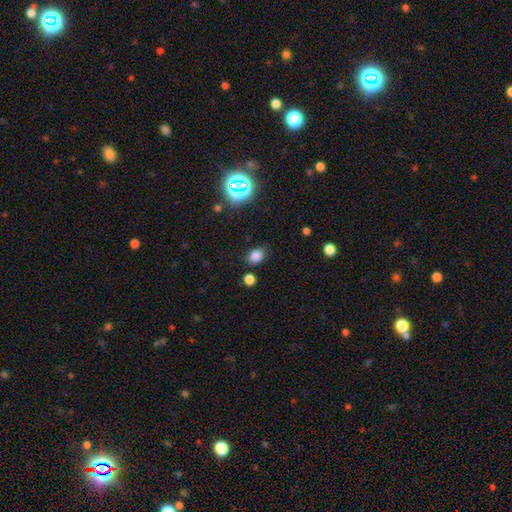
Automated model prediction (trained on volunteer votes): Smooth or featured: smooth — 78% (star or artifact — 17%)
How rounded: in between — 66% (round — 33%)
Merging: none — 78% (minor disturbance — 14%)